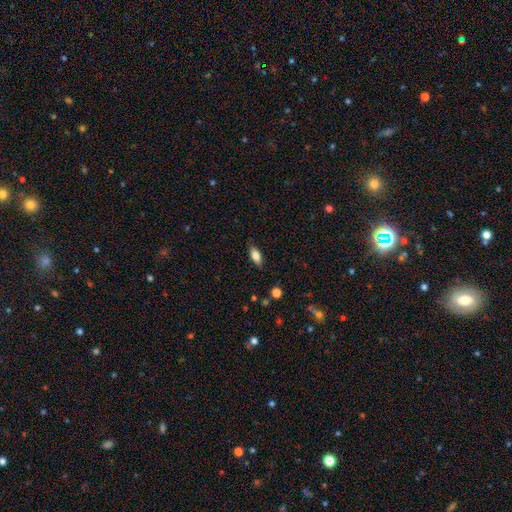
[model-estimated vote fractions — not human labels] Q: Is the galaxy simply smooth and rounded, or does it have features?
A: smooth — 76%.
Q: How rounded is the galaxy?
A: in between — 83%.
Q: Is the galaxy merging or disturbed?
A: none — 84%.